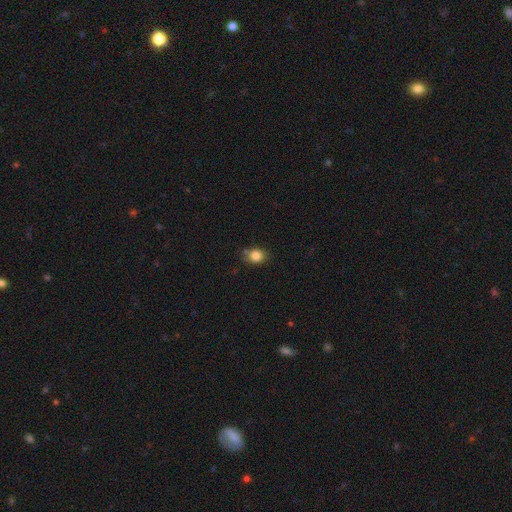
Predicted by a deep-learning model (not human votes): Smooth or featured? smooth (84%)
How rounded? round (63%)
Merging? none (73%)